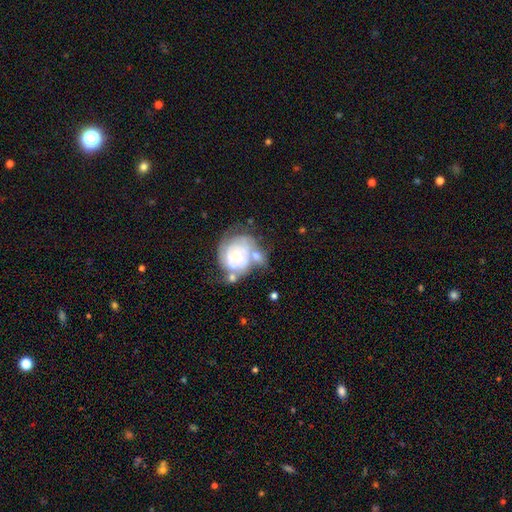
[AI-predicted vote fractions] smooth_or_featured: featured or disk (p=0.64) [alt: smooth p=0.25]
disk_edge_on: no (p=0.97) [alt: yes p=0.03]
bar: no (p=0.75) [alt: weak p=0.20]
has_spiral_arms: yes (p=0.71) [alt: no p=0.29]
bulge_size: small (p=0.52) [alt: moderate p=0.37]
merging: none (p=0.41) [alt: merger p=0.24]